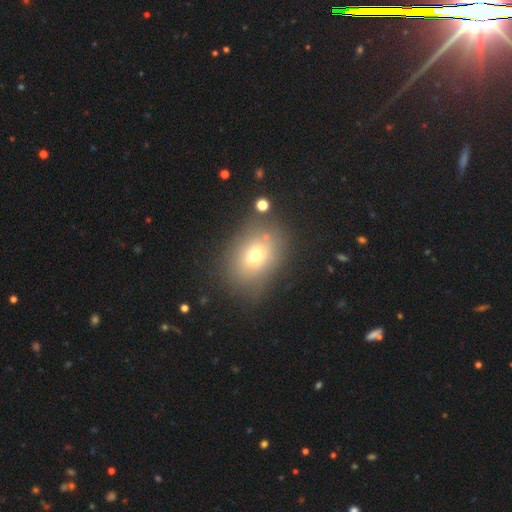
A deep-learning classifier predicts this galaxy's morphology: Smooth or featured?
  - smooth: 69% *
  - featured or disk: 17%
  - star or artifact: 15%
How rounded?
  - in between: 65% *
  - round: 33%
  - cigar-shaped: 1%
Merging?
  - none: 75% *
  - minor disturbance: 14%
  - major disturbance: 6%
  - merger: 5%